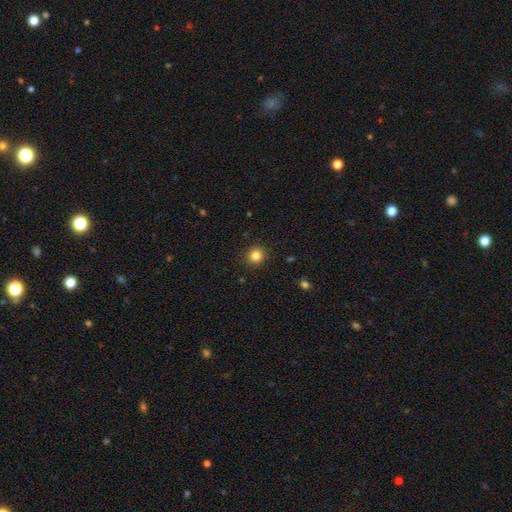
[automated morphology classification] Smooth or featured: smooth — 84% (star or artifact — 12%)
How rounded: round — 92% (in between — 7%)
Merging: none — 91% (minor disturbance — 6%)